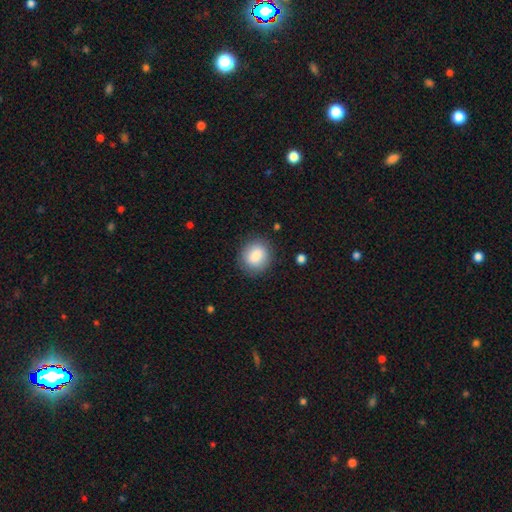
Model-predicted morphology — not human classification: This is clearly a smooth galaxy (85%). How rounded: likely round (72%). Merging: clearly none (86%).